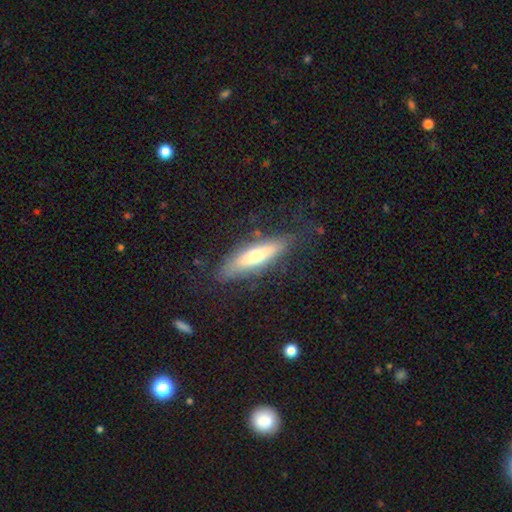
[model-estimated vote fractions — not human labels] This appears to be a smooth galaxy with no disk features (51%) that is cigar-shaped (67%). Merging: none (77%).